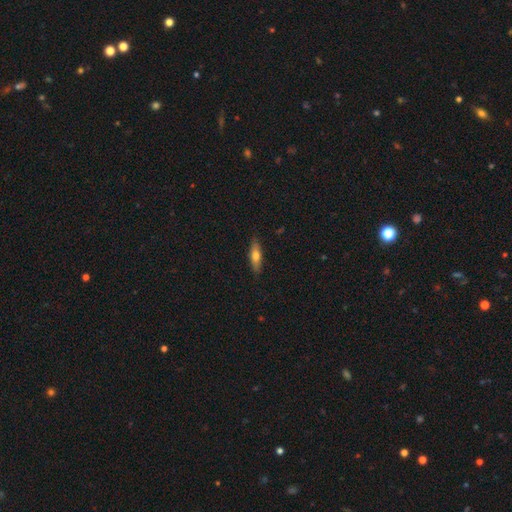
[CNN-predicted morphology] Overall: smooth (61%; featured or disk 32%). How rounded: cigar-shaped (58%; in between 39%). Merging: none (86%).